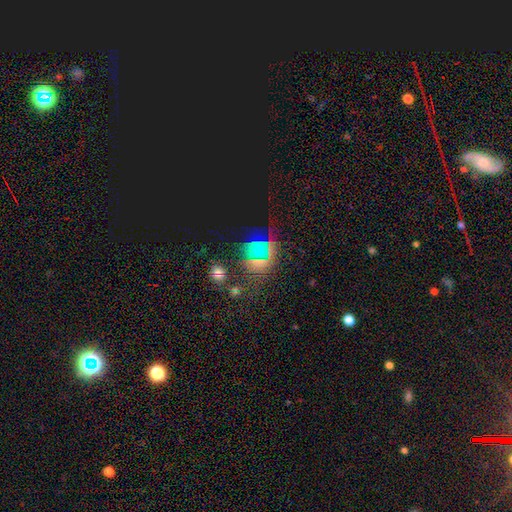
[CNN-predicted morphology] Smooth or featured?
  - star or artifact: 50% *
  - smooth: 38%
  - featured or disk: 12%